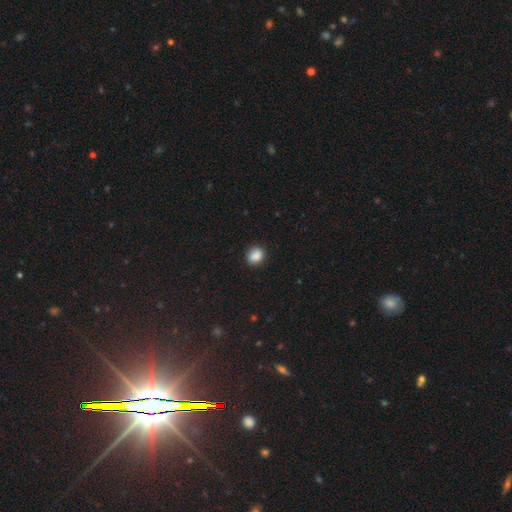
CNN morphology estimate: Overall: smooth (87%). How rounded: round (64%; in between 35%). Merging: none (86%).